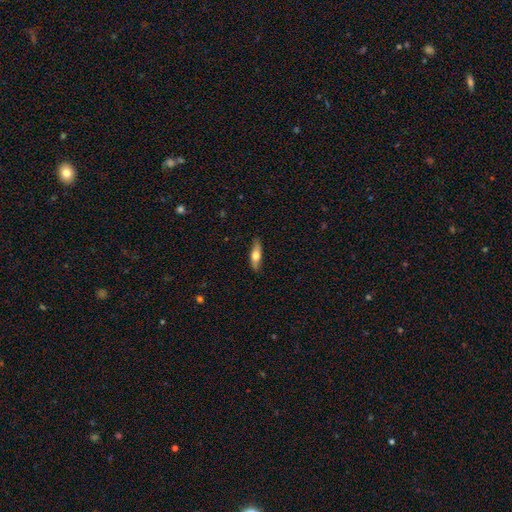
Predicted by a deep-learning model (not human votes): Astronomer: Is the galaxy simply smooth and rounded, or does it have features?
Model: smooth — 56% (runner-up: featured or disk, 38%).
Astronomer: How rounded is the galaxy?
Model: cigar-shaped — 56% (runner-up: in between, 41%).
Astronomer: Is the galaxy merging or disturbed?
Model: none — 86%.